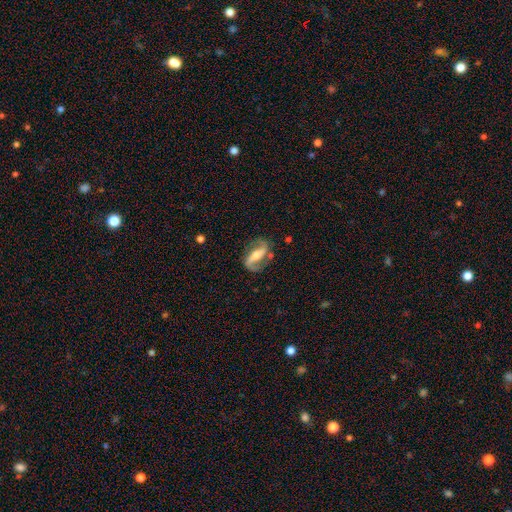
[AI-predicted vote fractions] Q: Smooth or featured?
A: featured or disk (86%); runner-up: smooth (9%)
Q: Edge-on disk?
A: no (94%); runner-up: yes (6%)
Q: Bar?
A: strong (52%); runner-up: weak (27%)
Q: Spiral arms?
A: yes (95%); runner-up: no (5%)
Q: Spiral winding?
A: loose (50%); runner-up: medium (36%)
Q: Spiral arm count?
A: 2 (91%); runner-up: 1 (4%)
Q: Bulge size?
A: moderate (53%); runner-up: small (34%)
Q: Merging?
A: none (77%); runner-up: minor disturbance (14%)